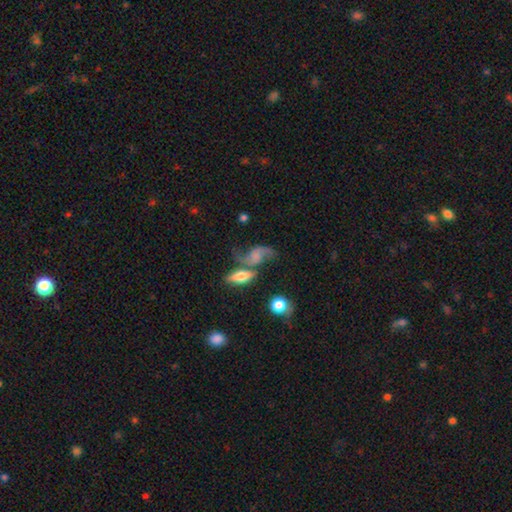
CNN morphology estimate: A featured or disk galaxy (69%) with no bar (60%), 2 (91%) loose (81%) spiral arms (91%) and no central bulge (44%). Merging: none (42%).